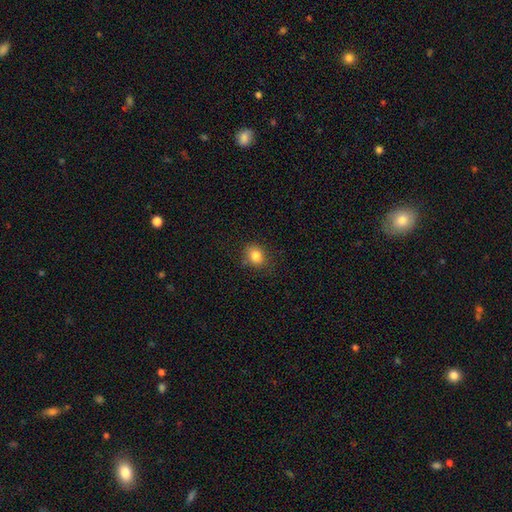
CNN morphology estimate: This is clearly a smooth galaxy (83%). How rounded: possibly round (56%). Merging: clearly none (80%).